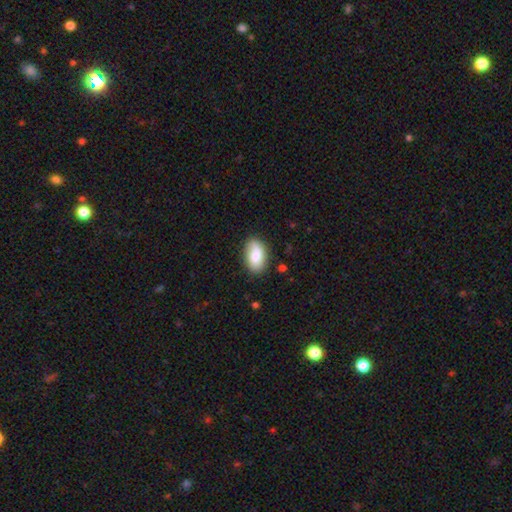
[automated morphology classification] The model was most divided on "smooth or featured": smooth: 76%, featured or disk: 18%, star or artifact: 7%. More confident: how rounded — in between (92%); merging — none (80%).